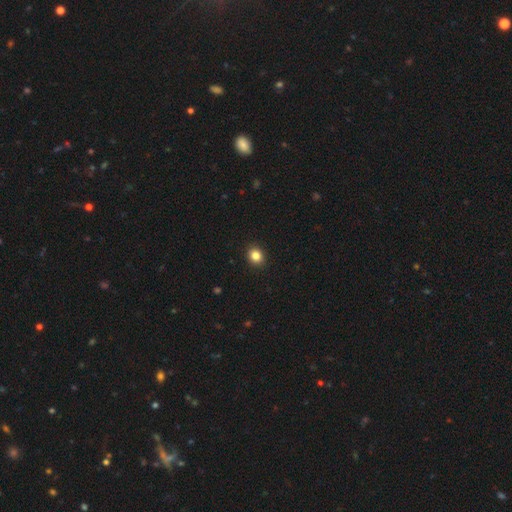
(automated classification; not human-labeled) Overall: smooth (85%). How rounded: round (75%). Merging: none (92%).